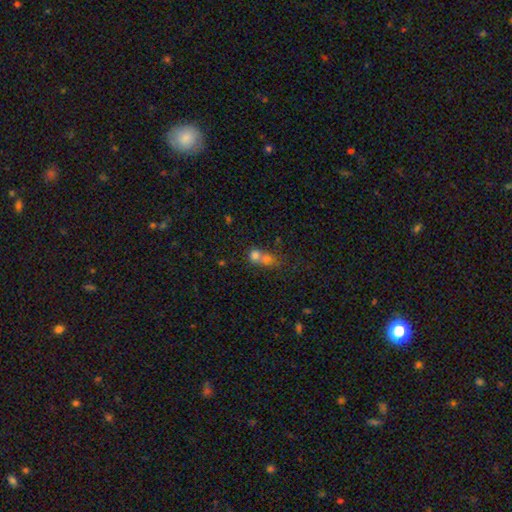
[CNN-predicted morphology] Q: Smooth or featured?
A: smooth (70%); runner-up: featured or disk (16%)
Q: How rounded?
A: round (64%); runner-up: in between (34%)
Q: Merging?
A: merger (67%); runner-up: none (22%)